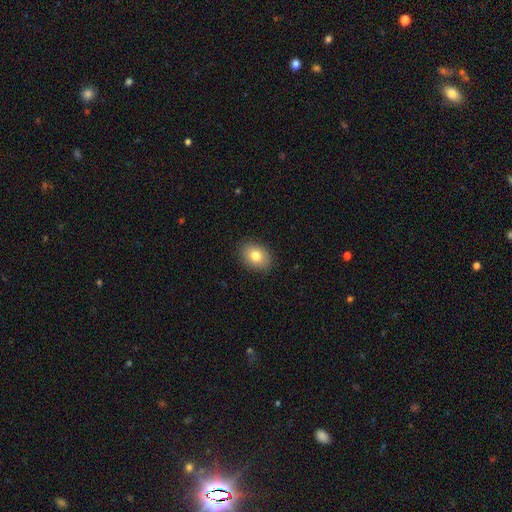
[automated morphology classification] Smooth or featured: smooth — 80% (featured or disk — 12%)
How rounded: in between — 72% (round — 27%)
Merging: none — 88% (minor disturbance — 9%)